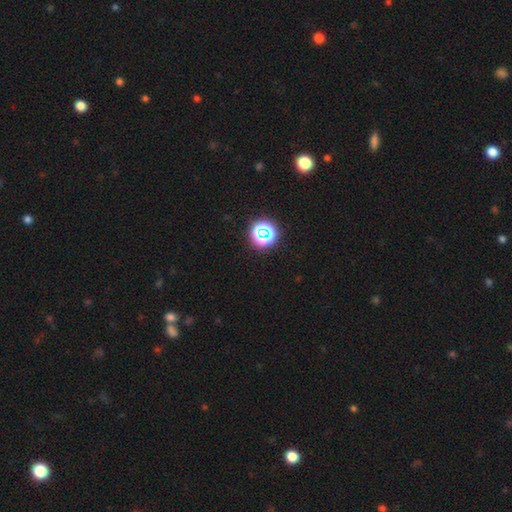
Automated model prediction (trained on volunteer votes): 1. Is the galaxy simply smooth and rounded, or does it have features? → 72% star or artifact, 21% smooth, 6% featured or disk.